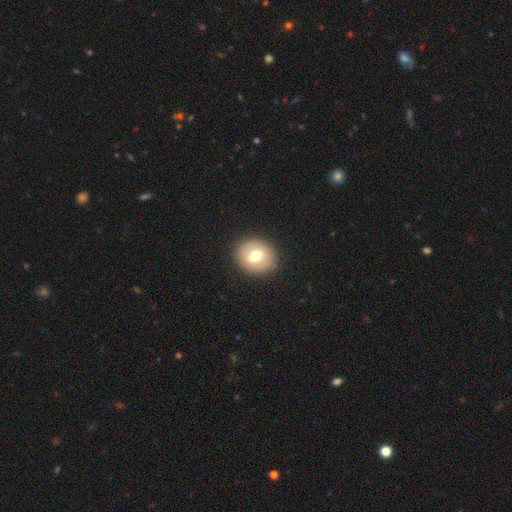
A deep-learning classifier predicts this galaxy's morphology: smooth_or_featured: smooth (p=0.62) [alt: featured or disk p=0.29]
how_rounded: round (p=0.73) [alt: in between p=0.26]
merging: none (p=0.90) [alt: minor disturbance p=0.07]